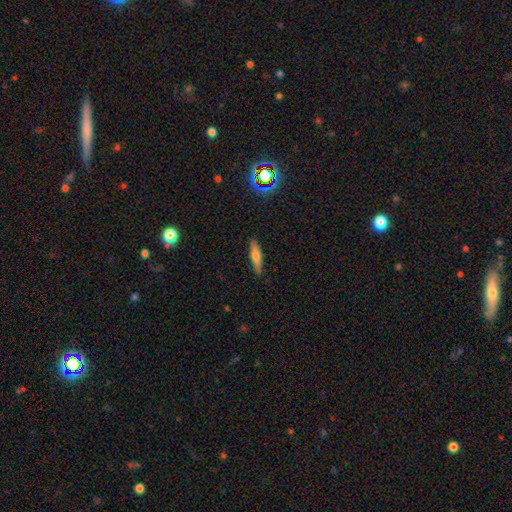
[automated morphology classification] smooth-or-featured: smooth: 56% | featured or disk: 36% | star or artifact: 8%
  how-rounded: cigar-shaped: 79% | in between: 19% | round: 2%
  merging: none: 88% | minor disturbance: 9% | major disturbance: 2% | merger: 1%